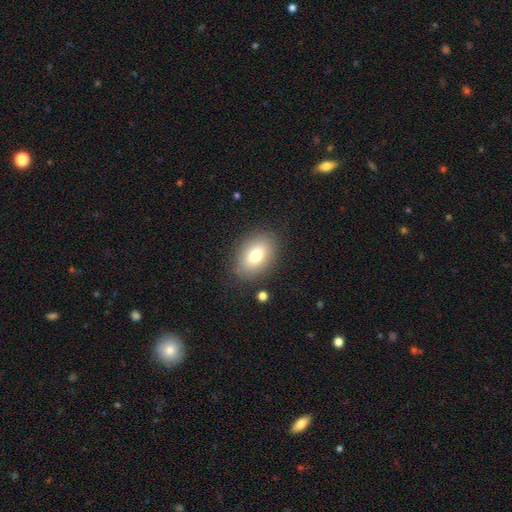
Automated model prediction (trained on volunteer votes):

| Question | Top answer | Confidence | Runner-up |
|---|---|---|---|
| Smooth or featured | smooth | 77% | featured or disk (14%) |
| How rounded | in between | 84% | round (15%) |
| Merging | none | 84% | minor disturbance (11%) |